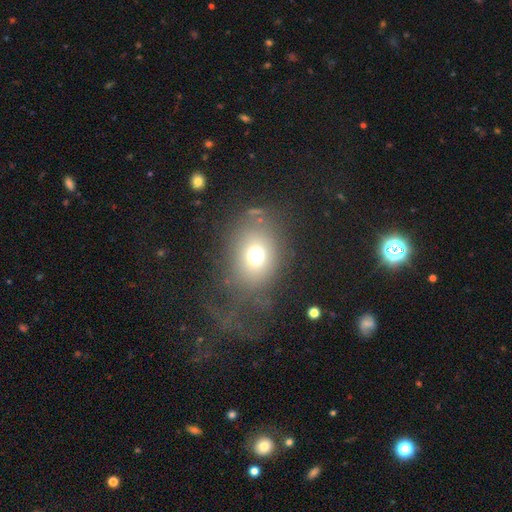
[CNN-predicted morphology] Smooth or featured? Predicted: smooth (p=0.67). How rounded? Predicted: round (p=0.59). Merging? Predicted: none (p=0.60).